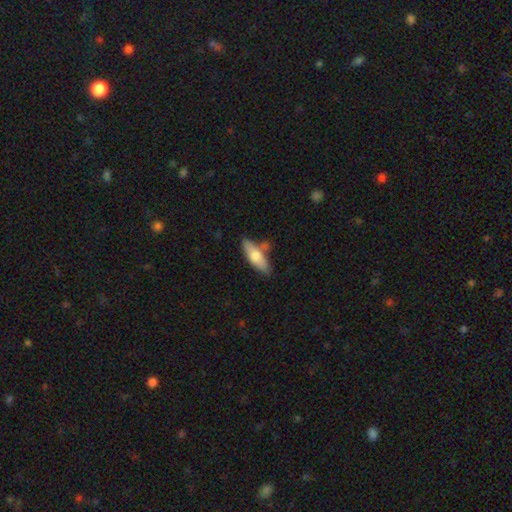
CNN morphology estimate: type=smooth (65%); roundness=in between (60%); merging=none (65%).